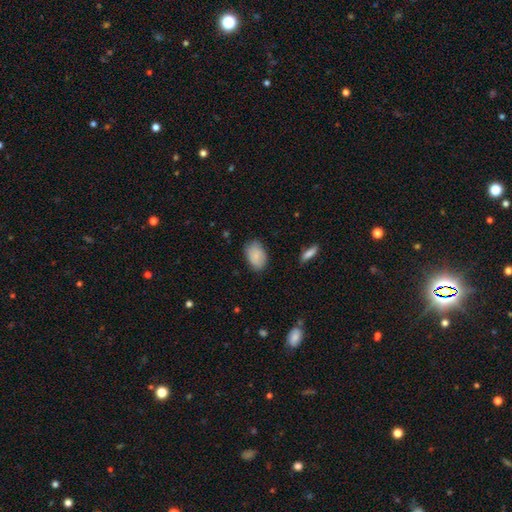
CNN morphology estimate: A smooth galaxy with no disk features (83%) that is in between round and cigar-shaped (89%). Merging: none (77%).